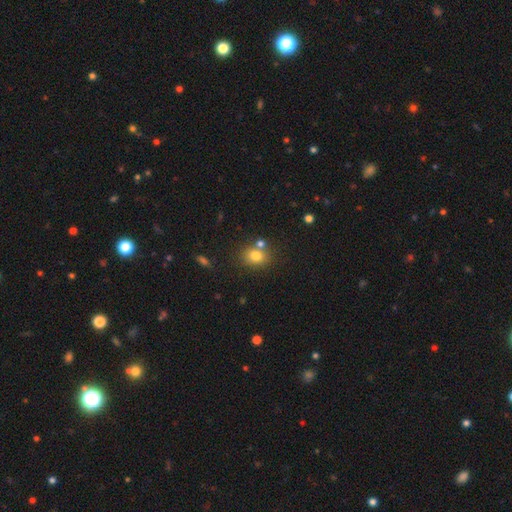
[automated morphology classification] Smooth or featured? Predicted: smooth (p=0.78). How rounded? Predicted: round (p=0.53). Merging? Predicted: none (p=0.66).